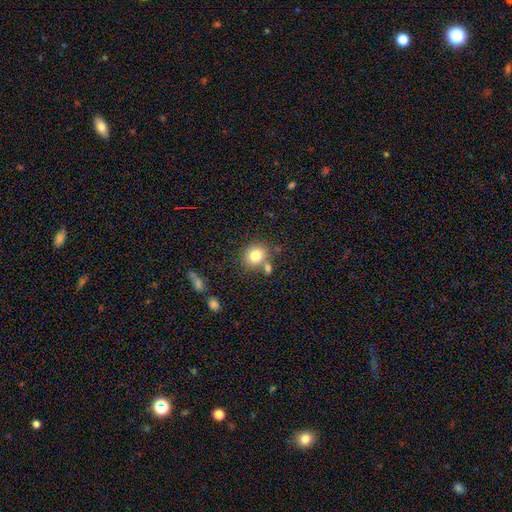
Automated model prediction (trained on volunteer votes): Smooth or featured? smooth (80%)
How rounded? round (73%)
Merging? none (67%)